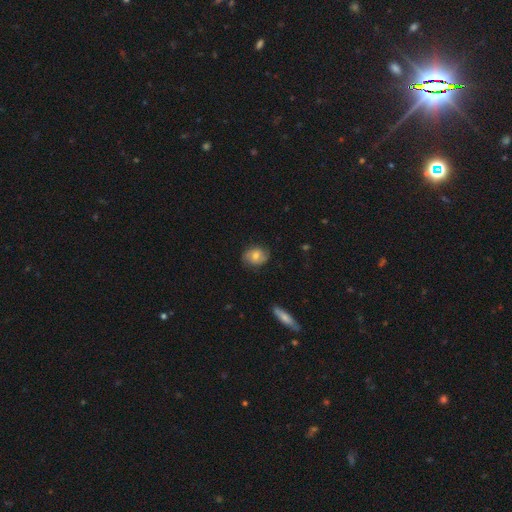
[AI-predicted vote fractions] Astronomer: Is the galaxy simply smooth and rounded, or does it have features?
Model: smooth — 58% (runner-up: featured or disk, 34%).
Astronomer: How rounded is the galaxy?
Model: in between — 51% (runner-up: round, 47%).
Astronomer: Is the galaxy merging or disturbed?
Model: none — 79%.